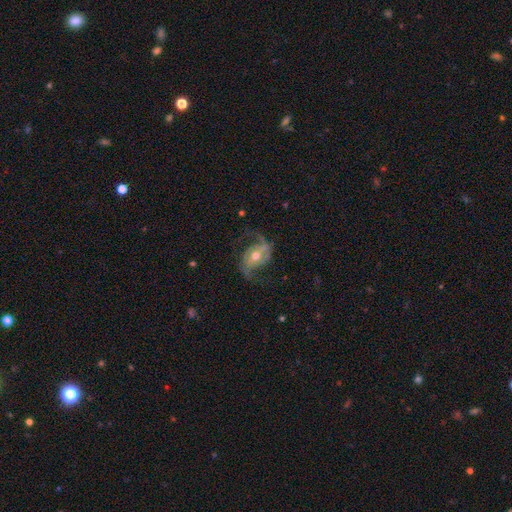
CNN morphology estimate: Smooth or featured: featured or disk — 86% (smooth — 9%)
Edge-on disk: no — 97% (yes — 3%)
Bar: no — 40% (weak — 37%)
Spiral arms: yes — 95% (no — 5%)
Spiral winding: loose — 55% (medium — 36%)
Spiral arm count: 2 — 92% (can't tell — 3%)
Bulge size: moderate — 72% (small — 20%)
Merging: none — 66% (minor disturbance — 17%)